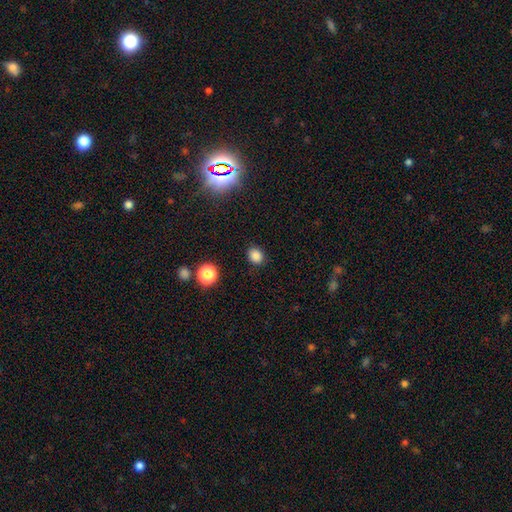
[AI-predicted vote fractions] The model was most divided on "how rounded": round: 59%, in between: 40%, cigar-shaped: 1%. More confident: merging — none (88%); smooth or featured — smooth (84%).